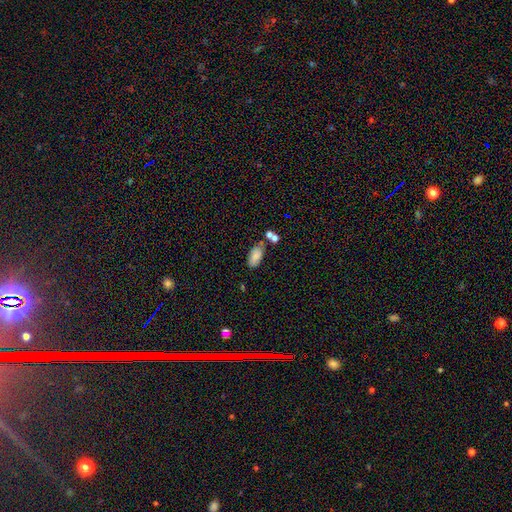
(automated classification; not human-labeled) This appears to be a smooth galaxy with no disk features (83%) that is in between round and cigar-shaped (92%). Merging: none (65%).